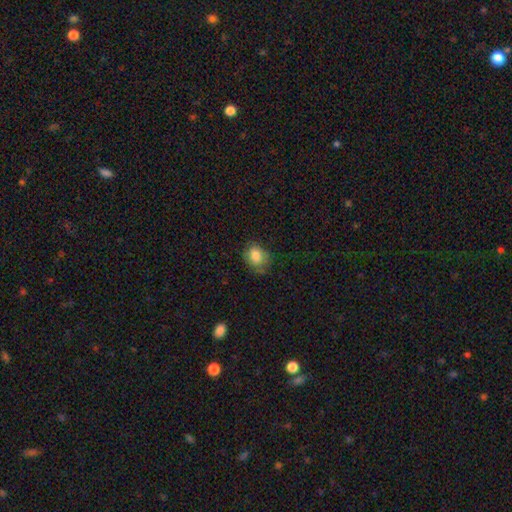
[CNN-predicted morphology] A smooth galaxy with no disk features (83%) that is in between round and cigar-shaped (50%).

Vote fractions:
- Smooth or featured? smooth: 83% / featured or disk: 9% / star or artifact: 8%
- How rounded? in between: 50% / round: 49% / cigar-shaped: 1%
- Merging? none: 64% / minor disturbance: 27% / major disturbance: 8% / merger: 1%